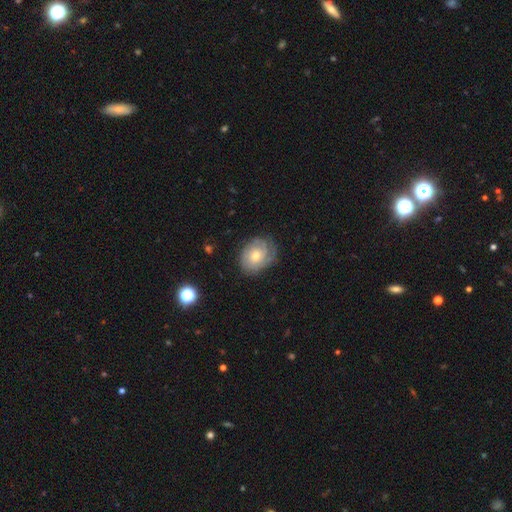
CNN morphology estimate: featured or disk 63%, smooth 30%, star or artifact 7%. Down the decision tree: edge-on disk — no (96%); bar — no (77%); spiral arms — yes (86%); spiral arm count — can't tell (45%); spiral winding — tight (69%); bulge size — moderate (59%); merging — none (69%).